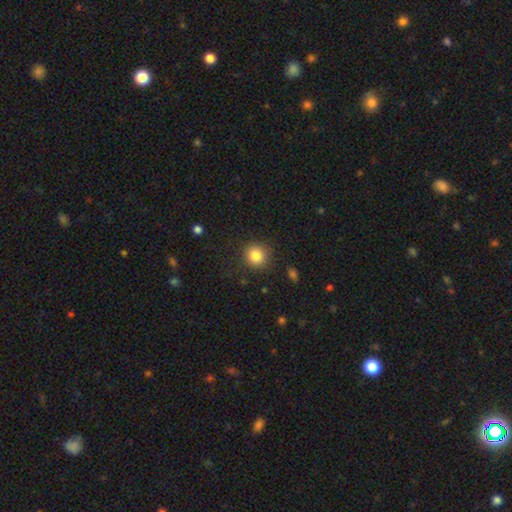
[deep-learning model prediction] smooth-or-featured: smooth: 84% | star or artifact: 10% | featured or disk: 6%
  how-rounded: round: 90% | in between: 9% | cigar-shaped: 1%
  merging: none: 87% | minor disturbance: 8% | major disturbance: 3% | merger: 1%